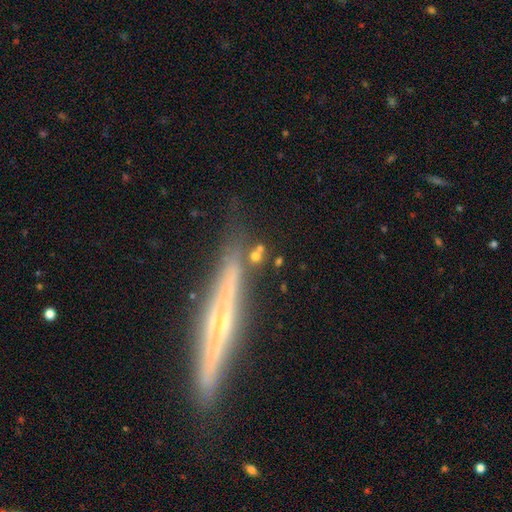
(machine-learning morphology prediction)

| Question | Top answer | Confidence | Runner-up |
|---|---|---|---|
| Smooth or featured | smooth | 59% | star or artifact (22%) |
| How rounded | round | 56% | in between (25%) |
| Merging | none | 68% | merger (13%) |